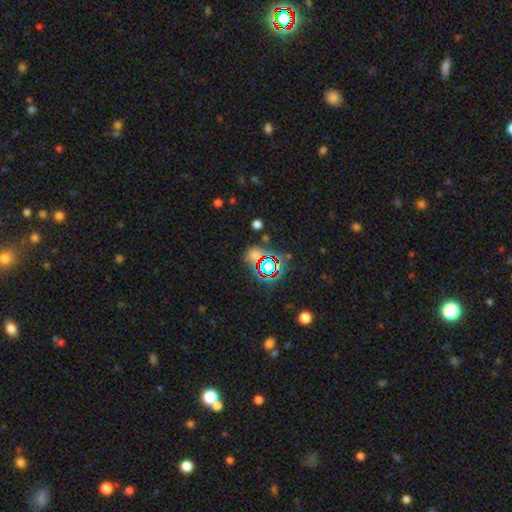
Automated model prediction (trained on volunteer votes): Smooth or featured? star or artifact (55%)